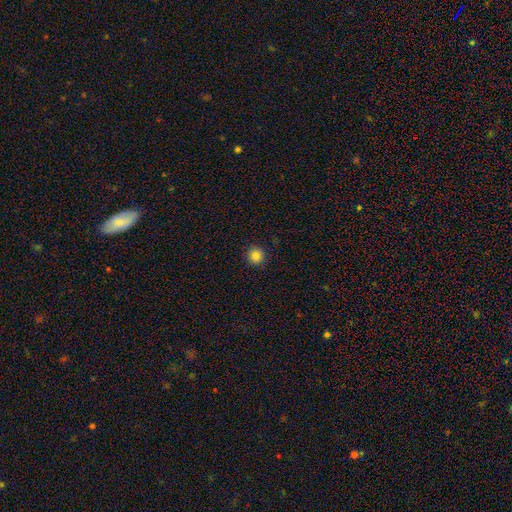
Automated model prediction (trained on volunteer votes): Smooth or featured?
  - smooth: 84% *
  - star or artifact: 11%
  - featured or disk: 4%
How rounded?
  - round: 93% *
  - in between: 6%
  - cigar-shaped: 1%
Merging?
  - none: 92% *
  - minor disturbance: 6%
  - major disturbance: 2%
  - merger: 1%